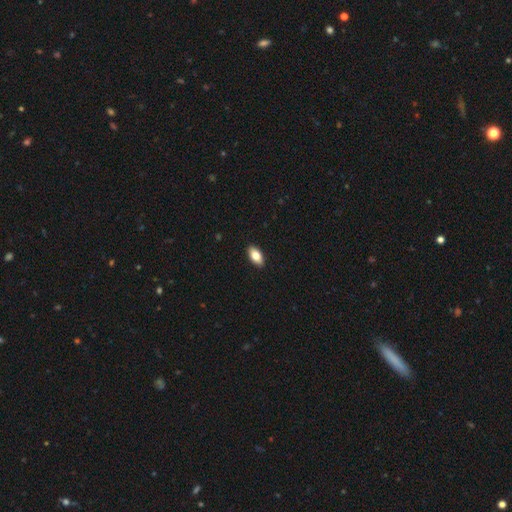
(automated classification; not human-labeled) Smooth or featured?
  - smooth: 81% *
  - featured or disk: 13%
  - star or artifact: 7%
How rounded?
  - in between: 91% *
  - cigar-shaped: 6%
  - round: 3%
Merging?
  - none: 90% *
  - minor disturbance: 7%
  - major disturbance: 2%
  - merger: 1%